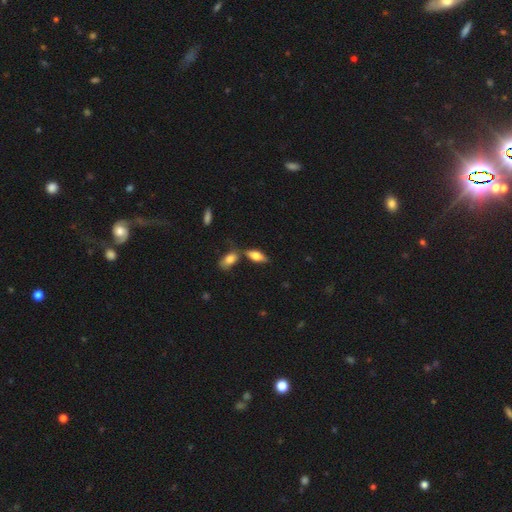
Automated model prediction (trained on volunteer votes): smooth_or_featured: smooth (p=0.69) [alt: featured or disk p=0.24]
how_rounded: in between (p=0.78) [alt: cigar-shaped p=0.19]
merging: none (p=0.62) [alt: merger p=0.21]